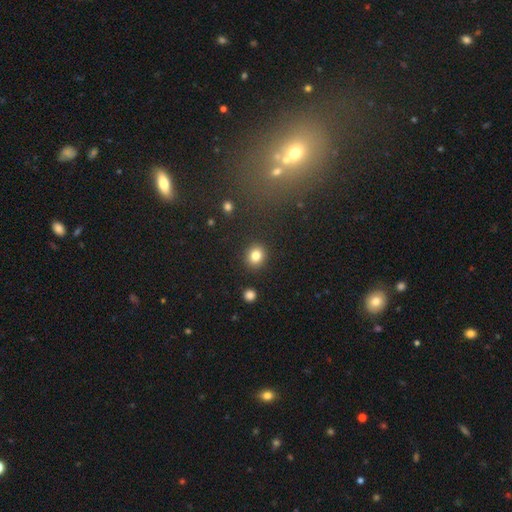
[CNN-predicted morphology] smooth 83%, star or artifact 11%, featured or disk 6%. Down the decision tree: how rounded — round (76%); merging — none (90%).